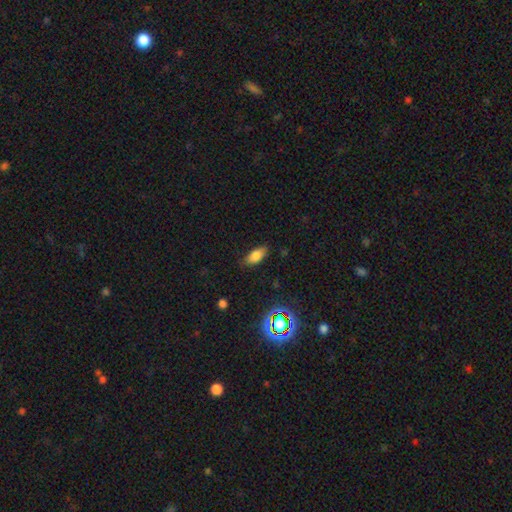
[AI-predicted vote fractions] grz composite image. It shows a smooth galaxy with no disk features (79%) that is in between round and cigar-shaped (85%). Merging: none (80%).